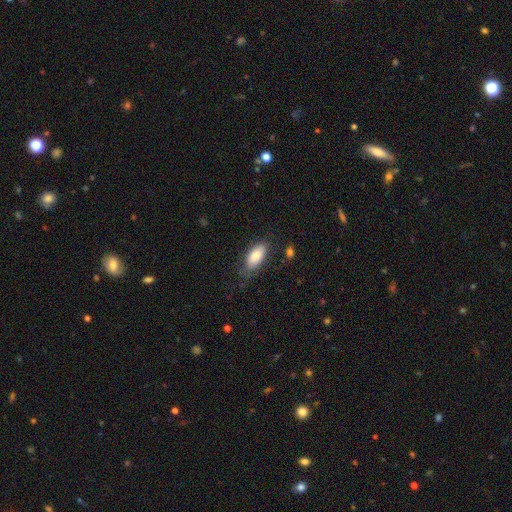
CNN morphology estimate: Overall: smooth (79%). How rounded: in between (89%). Merging: none (67%).